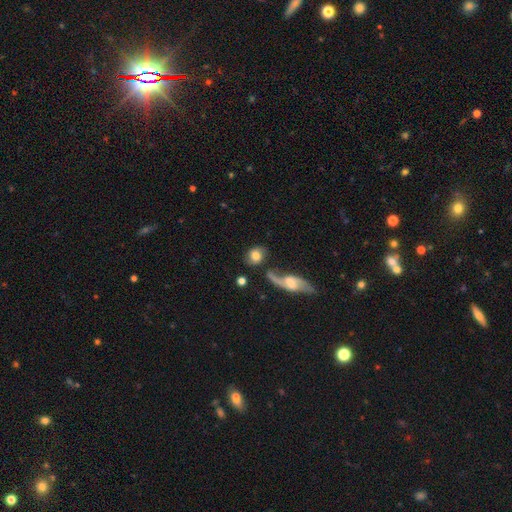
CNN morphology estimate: Smooth or featured? Predicted: smooth (p=0.69). How rounded? Predicted: round (p=0.63). Merging? Predicted: none (p=0.63).